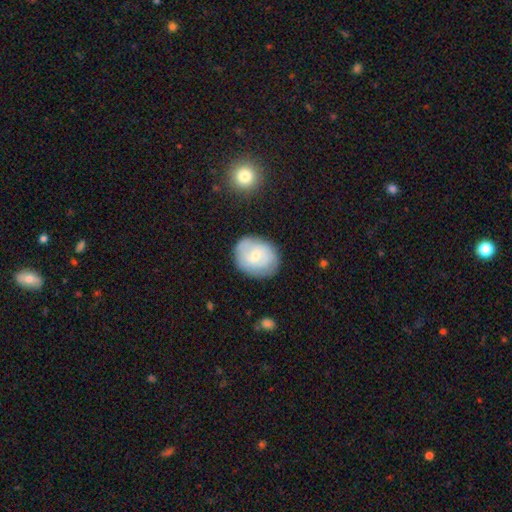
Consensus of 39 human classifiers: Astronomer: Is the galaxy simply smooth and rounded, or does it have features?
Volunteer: smooth — 51% (runner-up: featured or disk, 46%).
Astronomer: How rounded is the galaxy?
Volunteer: round — 60% (runner-up: in between, 40%).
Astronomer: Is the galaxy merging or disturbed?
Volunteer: none — 76%.